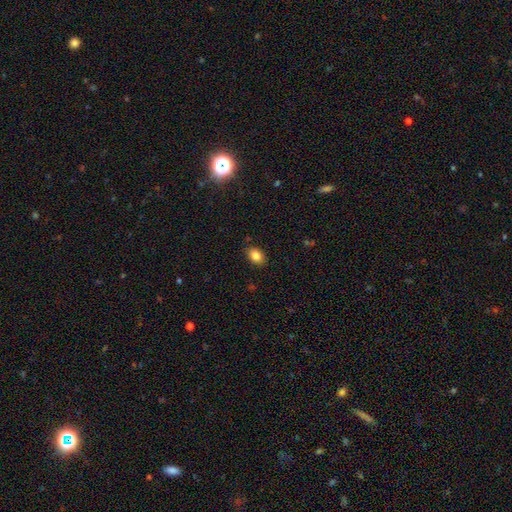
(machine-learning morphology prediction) type=smooth (85%); roundness=in between (74%); merging=none (85%).